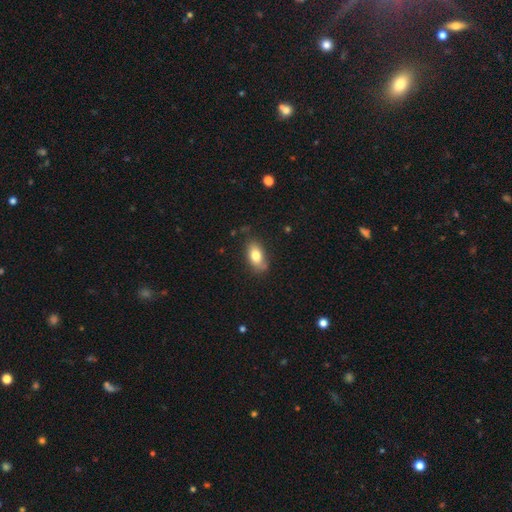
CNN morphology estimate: A smooth galaxy with no disk features (78%) that is in between round and cigar-shaped (89%).

Vote fractions:
- Smooth or featured? smooth: 78% / featured or disk: 15% / star or artifact: 8%
- How rounded? in between: 89% / round: 7% / cigar-shaped: 5%
- Merging? none: 76% / minor disturbance: 18% / major disturbance: 4% / merger: 2%